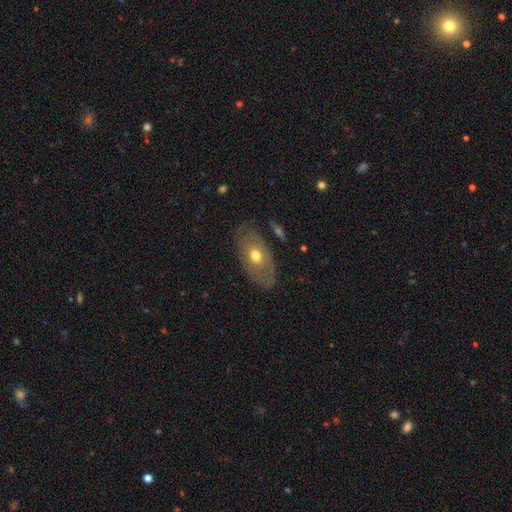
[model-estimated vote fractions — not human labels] featured or disk 48%, smooth 46%, star or artifact 7%. Down the decision tree: merging — none (74%).